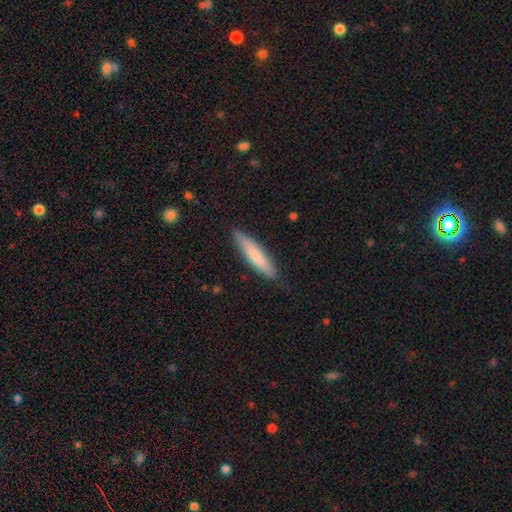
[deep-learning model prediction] This is likely a smooth galaxy (71%). How rounded: clearly cigar-shaped (84%). Merging: clearly none (82%).